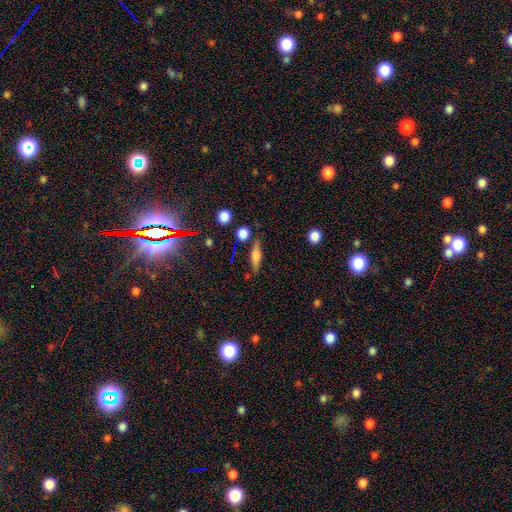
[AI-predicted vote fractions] Smooth or featured? Predicted: smooth (p=0.47). Merging? Predicted: none (p=0.79).